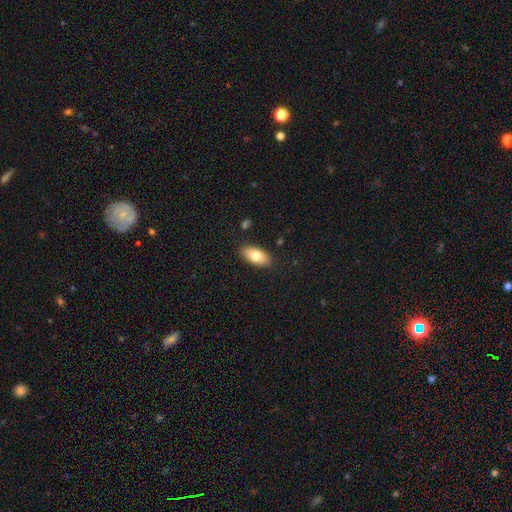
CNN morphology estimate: This appears to be a smooth galaxy with no disk features (76%) that is in between round and cigar-shaped (91%). Merging: none (88%).